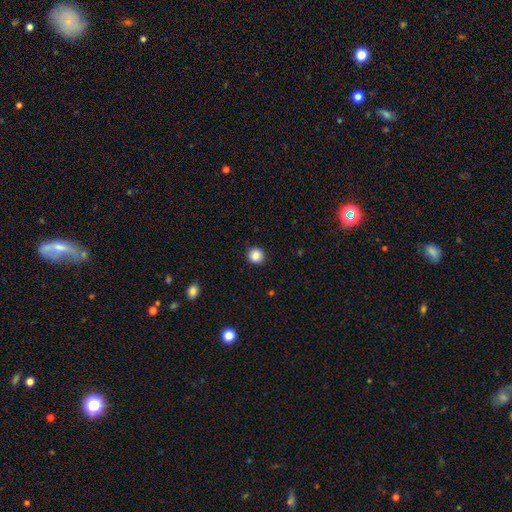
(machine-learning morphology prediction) Smooth or featured? Predicted: smooth (p=0.86). How rounded? Predicted: round (p=0.94). Merging? Predicted: none (p=0.93).